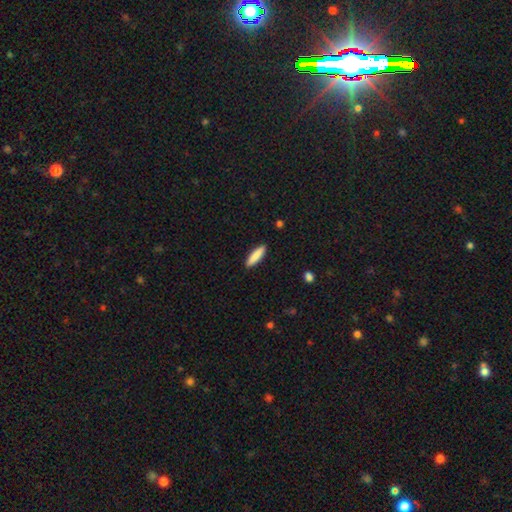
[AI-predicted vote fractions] Smooth or featured?
  - smooth: 85% *
  - featured or disk: 9%
  - star or artifact: 5%
How rounded?
  - cigar-shaped: 76% *
  - in between: 23%
  - round: 1%
Merging?
  - none: 91% *
  - minor disturbance: 7%
  - major disturbance: 2%
  - merger: 1%